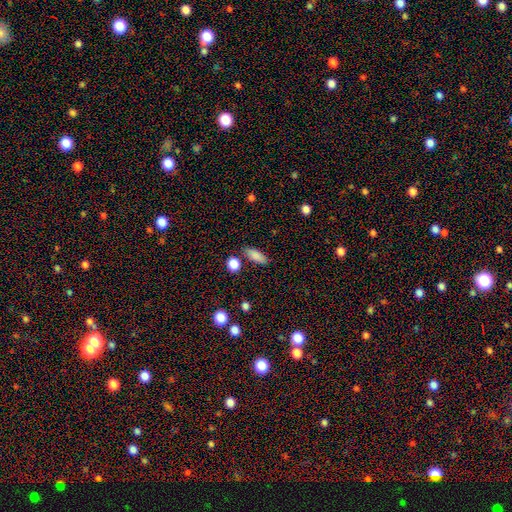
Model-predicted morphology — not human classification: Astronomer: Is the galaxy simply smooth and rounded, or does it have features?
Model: smooth — 85%.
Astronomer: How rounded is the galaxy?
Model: in between — 74%.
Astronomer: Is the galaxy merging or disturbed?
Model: none — 79%.